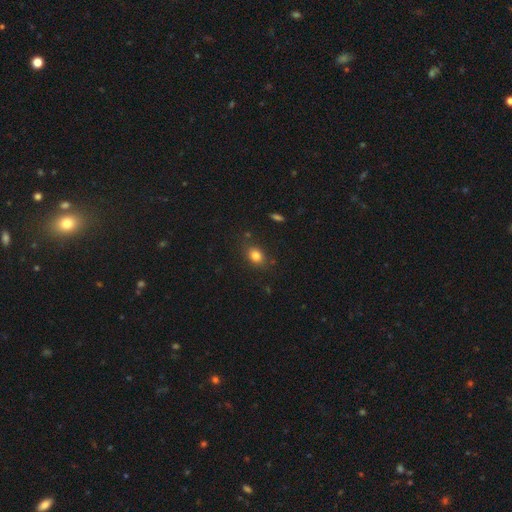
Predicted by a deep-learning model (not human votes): Smooth or featured: smooth — 81% (star or artifact — 11%)
How rounded: in between — 64% (round — 35%)
Merging: none — 80% (minor disturbance — 14%)